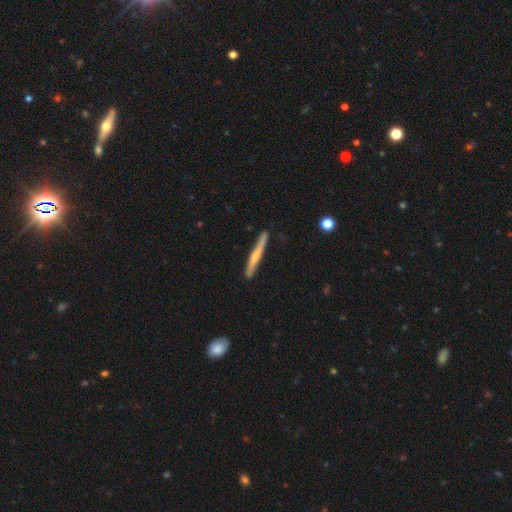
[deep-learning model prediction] Smooth or featured? featured or disk (48%)
Merging? none (86%)